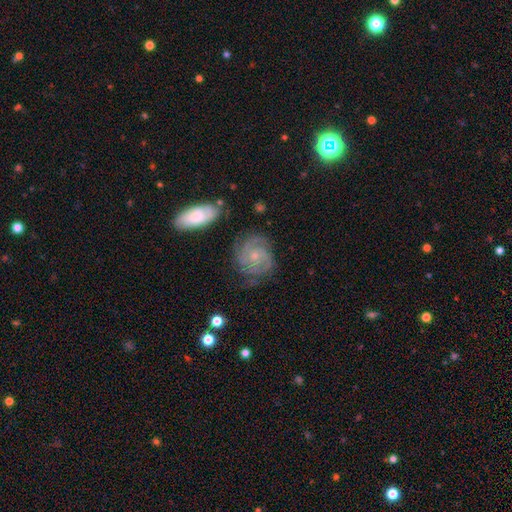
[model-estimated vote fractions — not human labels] Morphology: type=featured or disk (79%); edge-on=no (97%); bar=no (79%); spiral arms=yes (94%); winding=tight (65%); arm count=2 (31%); bulge=small (69%); merging=none (70%).